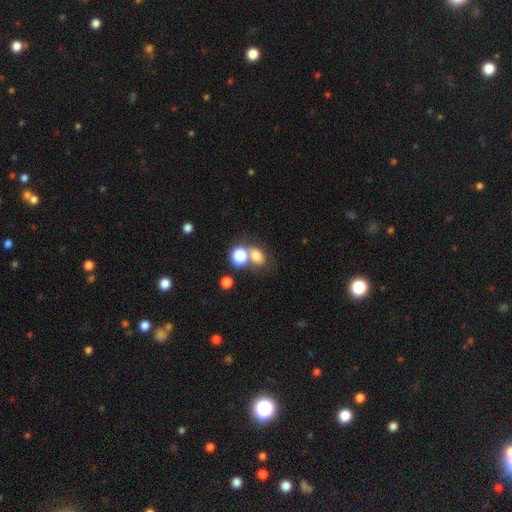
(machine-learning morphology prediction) A smooth galaxy with no disk features (74%) that is in between round and cigar-shaped (50%).

Vote fractions:
- Smooth or featured? smooth: 74% / star or artifact: 16% / featured or disk: 10%
- How rounded? in between: 50% / round: 48% / cigar-shaped: 1%
- Merging? none: 47% / merger: 37% / minor disturbance: 10% / major disturbance: 6%